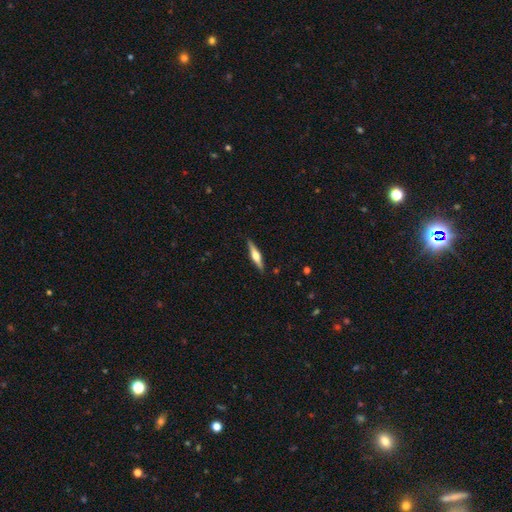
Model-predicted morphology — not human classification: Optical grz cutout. It shows a featured or disk galaxy (67%) viewed edge-on (97%) with a rounded central bulge (90%). Merging: none (89%).